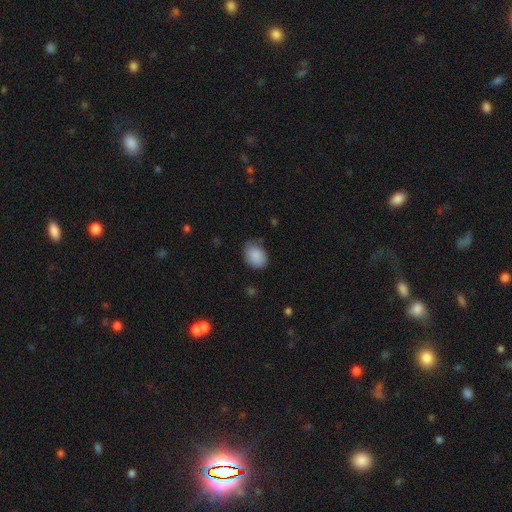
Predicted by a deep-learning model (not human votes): This is clearly a smooth galaxy (88%). How rounded: likely in between (71%). Merging: likely none (68%).